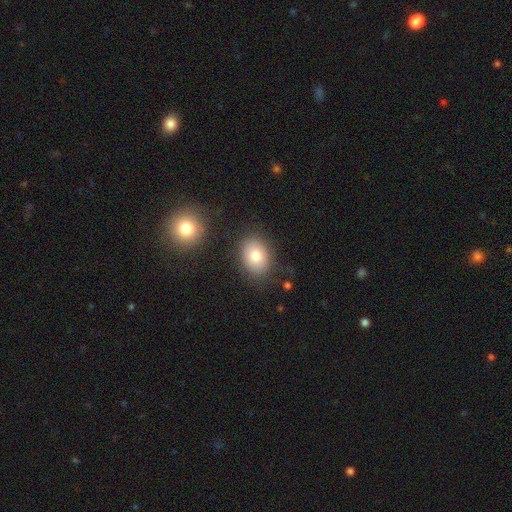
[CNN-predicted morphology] type=smooth (79%); roundness=in between (65%); merging=none (82%).